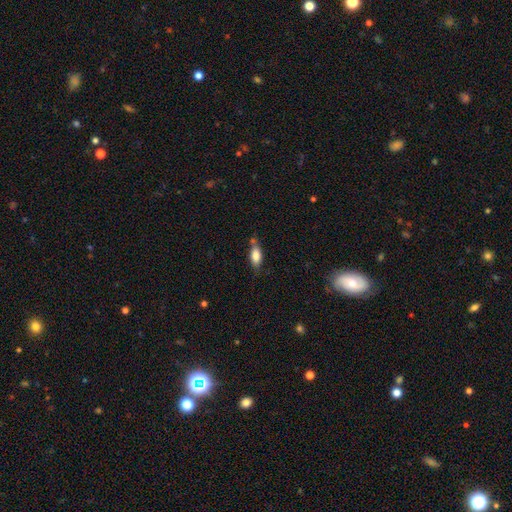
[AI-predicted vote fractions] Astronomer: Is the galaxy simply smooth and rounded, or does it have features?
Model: smooth — 81%.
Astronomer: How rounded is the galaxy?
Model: in between — 83%.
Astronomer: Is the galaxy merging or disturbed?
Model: none — 63%.